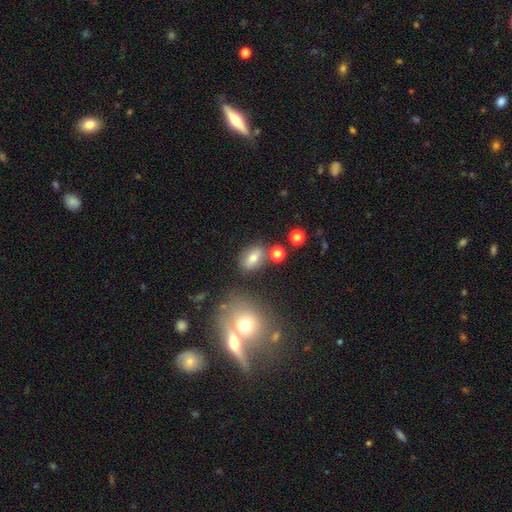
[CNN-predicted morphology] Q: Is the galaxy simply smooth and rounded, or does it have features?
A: smooth — 54%.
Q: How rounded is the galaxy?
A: in between — 78%.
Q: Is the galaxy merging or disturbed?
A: none — 69%.